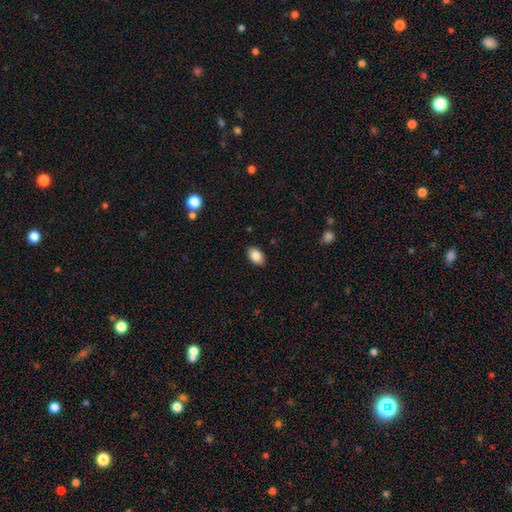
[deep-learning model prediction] smooth-or-featured: smooth: 86% | star or artifact: 8% | featured or disk: 7%
  how-rounded: in between: 90% | round: 9% | cigar-shaped: 1%
  merging: none: 88% | minor disturbance: 9% | major disturbance: 2% | merger: 1%